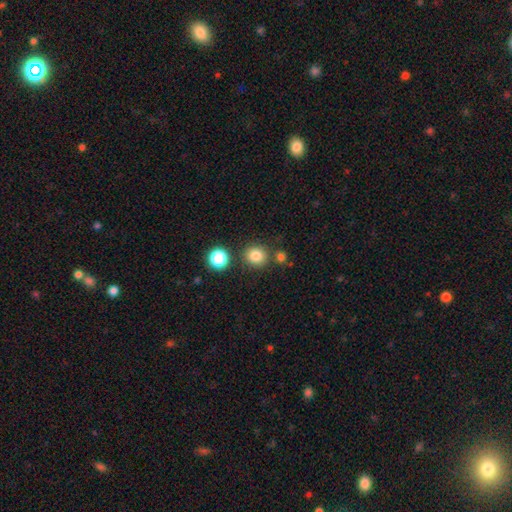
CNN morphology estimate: Smooth or featured? Predicted: smooth (p=0.82). How rounded? Predicted: round (p=0.86). Merging? Predicted: none (p=0.81).